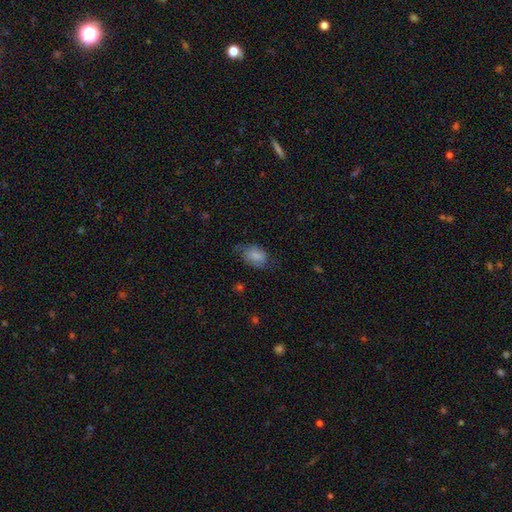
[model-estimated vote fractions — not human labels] This is likely a smooth galaxy (76%). How rounded: clearly in between (83%). Merging: possibly none (54%).